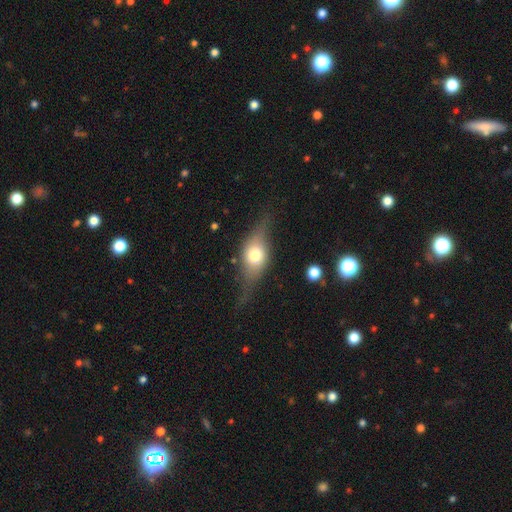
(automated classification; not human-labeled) Smooth or featured: featured or disk — 56% (smooth — 36%)
Edge-on disk: yes — 80% (no — 20%)
Merging: none — 68% (minor disturbance — 21%)